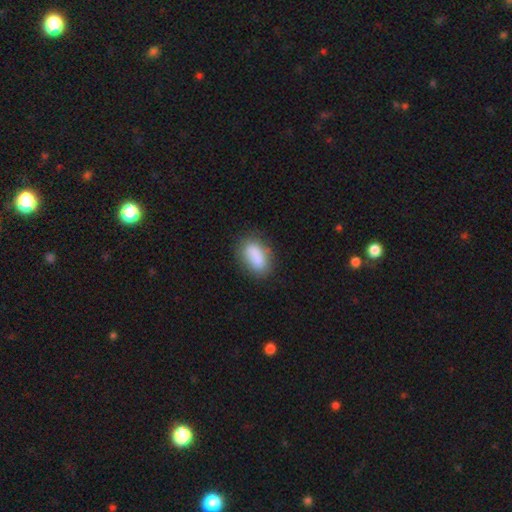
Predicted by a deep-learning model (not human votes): Smooth or featured? Predicted: smooth (p=0.83). How rounded? Predicted: in between (p=0.86). Merging? Predicted: none (p=0.74).